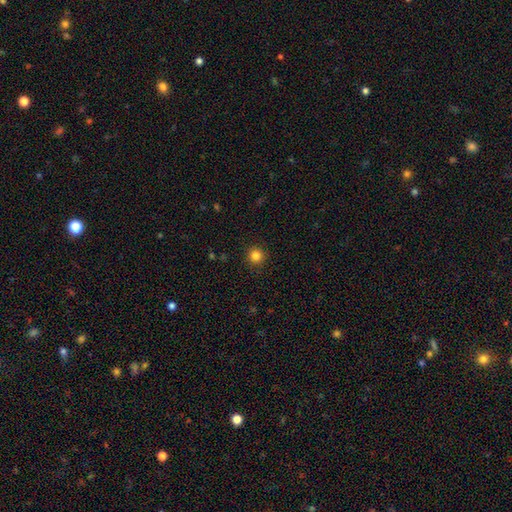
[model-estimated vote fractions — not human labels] Smooth or featured: smooth — 83% (star or artifact — 13%)
How rounded: round — 95% (in between — 4%)
Merging: none — 92% (minor disturbance — 5%)